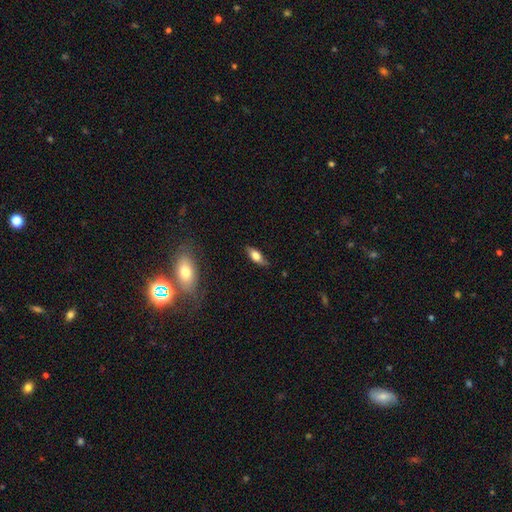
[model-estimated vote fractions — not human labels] smooth_or_featured: smooth (p=0.67) [alt: featured or disk p=0.26]
how_rounded: in between (p=0.74) [alt: cigar-shaped p=0.23]
merging: none (p=0.75) [alt: minor disturbance p=0.20]